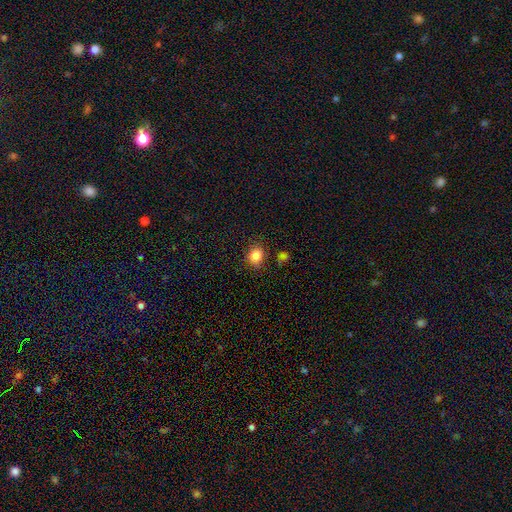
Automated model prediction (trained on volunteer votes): A smooth galaxy with no disk features (84%) that is round (66%).

Vote fractions:
- Smooth or featured? smooth: 84% / star or artifact: 10% / featured or disk: 5%
- How rounded? round: 66% / in between: 33% / cigar-shaped: 1%
- Merging? none: 83% / minor disturbance: 11% / major disturbance: 3% / merger: 3%